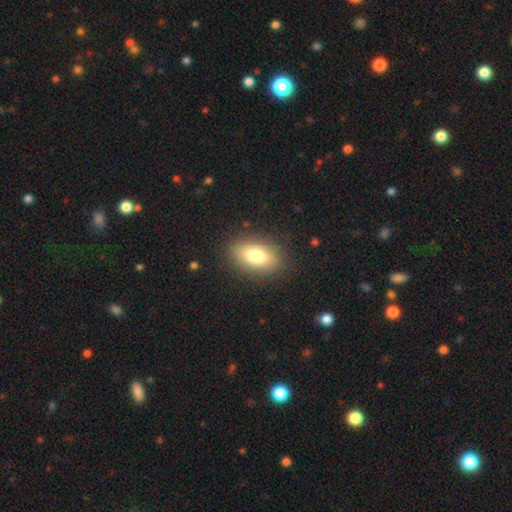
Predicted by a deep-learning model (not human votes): Overall: smooth (79%). How rounded: in between (88%). Merging: none (86%).